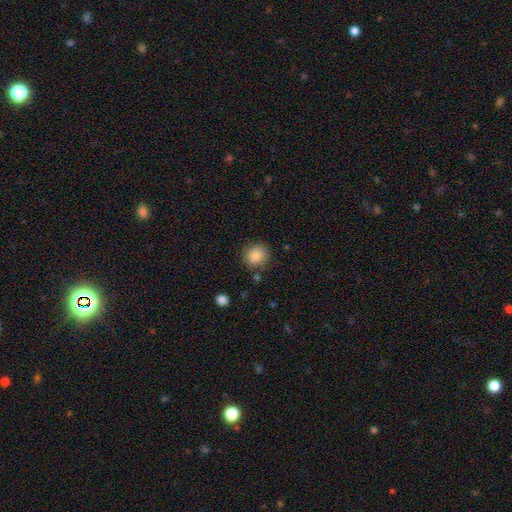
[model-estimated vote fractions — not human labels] Smooth or featured? smooth (85%)
How rounded? round (86%)
Merging? none (84%)